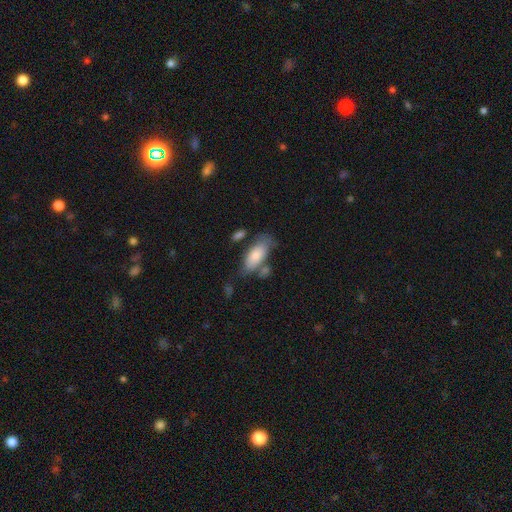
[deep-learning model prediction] Smooth or featured?
  - smooth: 79% *
  - featured or disk: 15%
  - star or artifact: 6%
How rounded?
  - in between: 83% *
  - cigar-shaped: 15%
  - round: 2%
Merging?
  - none: 55% *
  - minor disturbance: 22%
  - merger: 14%
  - major disturbance: 8%